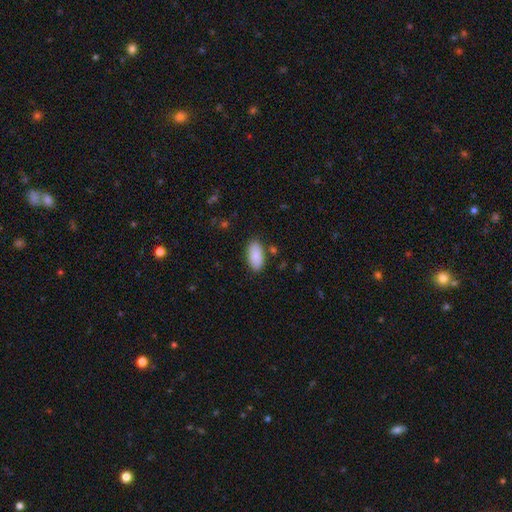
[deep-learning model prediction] Smooth or featured?
  - smooth: 87% *
  - featured or disk: 7%
  - star or artifact: 6%
How rounded?
  - in between: 93% *
  - cigar-shaped: 5%
  - round: 2%
Merging?
  - none: 84% *
  - minor disturbance: 11%
  - merger: 3%
  - major disturbance: 3%